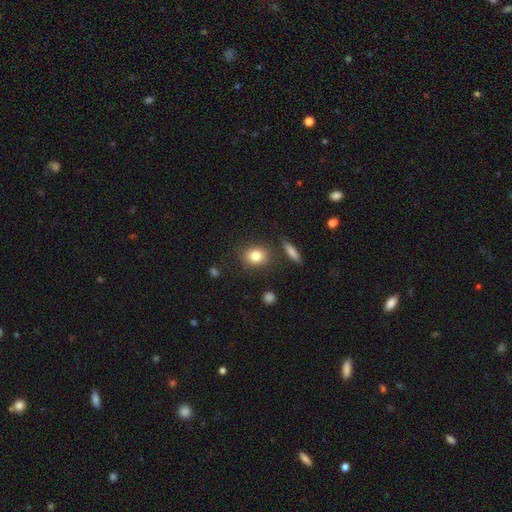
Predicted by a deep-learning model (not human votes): smooth_or_featured: smooth (p=0.82) [alt: featured or disk p=0.09]
how_rounded: round (p=0.53) [alt: in between p=0.45]
merging: none (p=0.81) [alt: minor disturbance p=0.10]